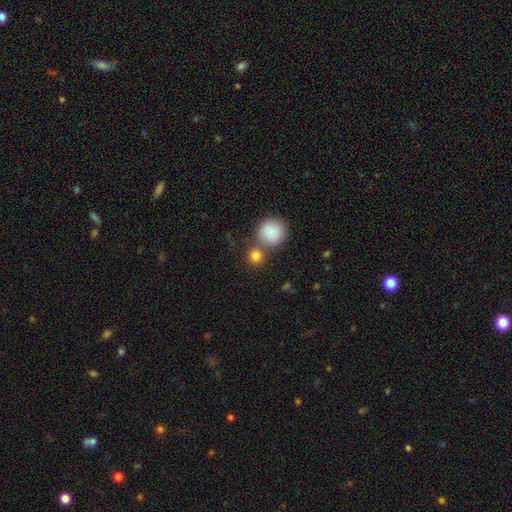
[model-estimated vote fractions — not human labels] Smooth or featured? Predicted: smooth (p=0.84). How rounded? Predicted: round (p=0.90). Merging? Predicted: none (p=0.60).